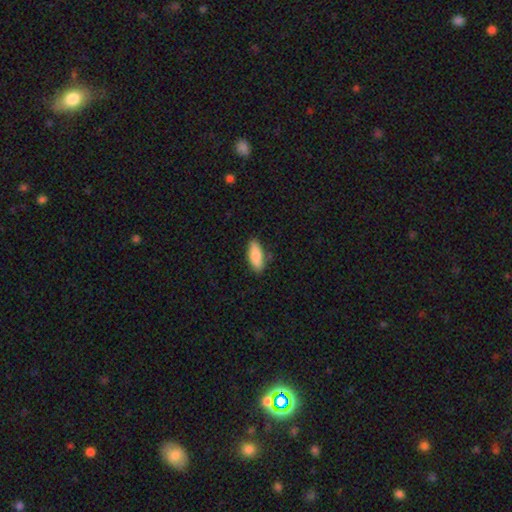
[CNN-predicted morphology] smooth_or_featured: smooth (p=0.86) [alt: featured or disk p=0.09]
how_rounded: in between (p=0.73) [alt: cigar-shaped p=0.25]
merging: none (p=0.83) [alt: minor disturbance p=0.13]